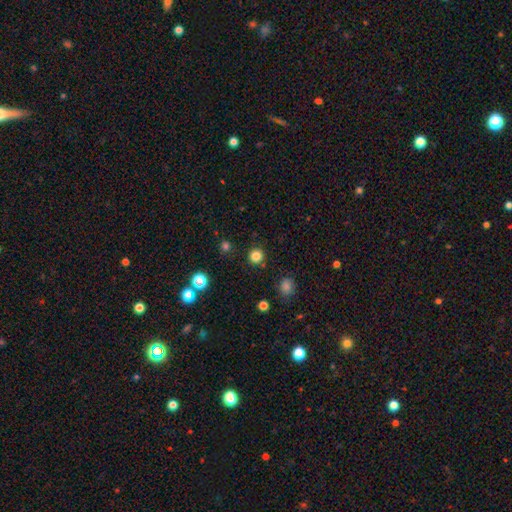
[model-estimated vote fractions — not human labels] This is clearly a smooth galaxy (82%). How rounded: clearly round (94%). Merging: clearly none (90%).